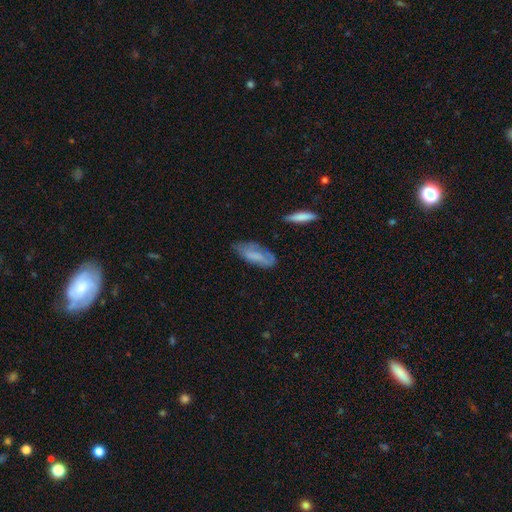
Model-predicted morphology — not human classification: This appears to be a smooth galaxy with no disk features (65%) that is in between round and cigar-shaped (73%). Merging: none (52%).